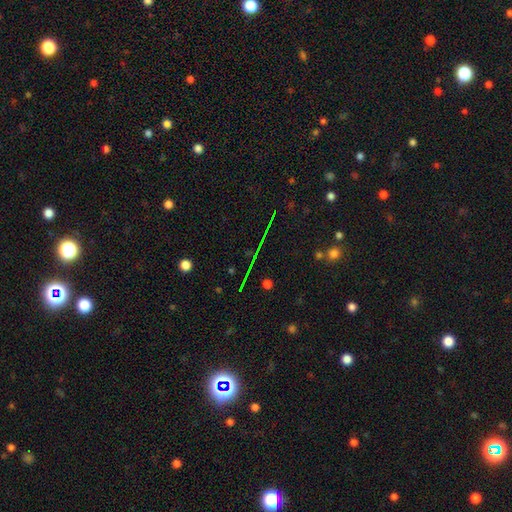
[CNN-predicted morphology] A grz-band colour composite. It shows a star or artifact, not a galaxy (67%).